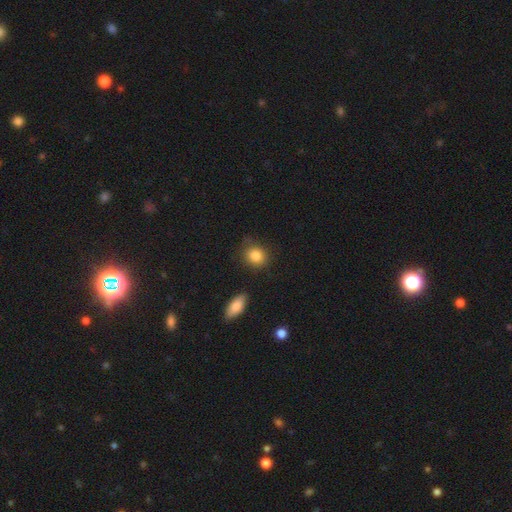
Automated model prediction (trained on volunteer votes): smooth 85%, star or artifact 8%, featured or disk 6%. Down the decision tree: how rounded — round (72%); merging — none (77%).